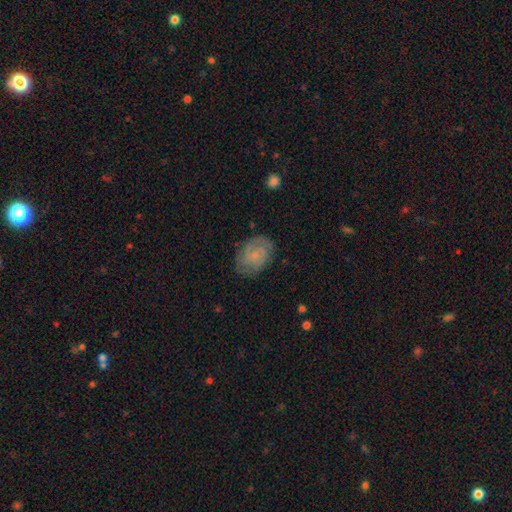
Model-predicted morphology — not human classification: smooth-or-featured: featured or disk: 48% | smooth: 44% | star or artifact: 8%
  merging: none: 76% | minor disturbance: 17% | major disturbance: 5% | merger: 1%